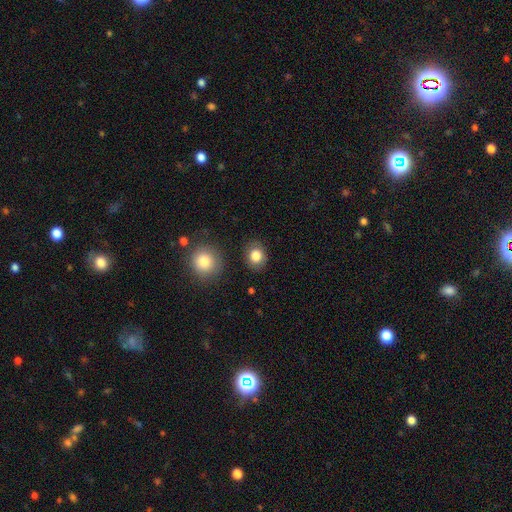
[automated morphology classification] A smooth galaxy with no disk features (83%) that is round (59%). Merging: none (85%).